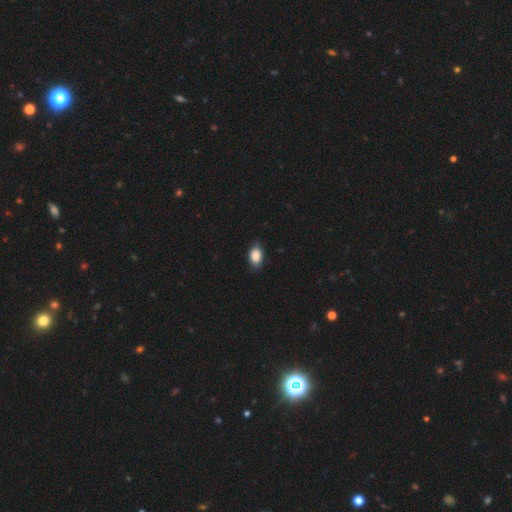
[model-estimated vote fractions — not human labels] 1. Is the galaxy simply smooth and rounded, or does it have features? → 87% smooth, 7% star or artifact, 6% featured or disk.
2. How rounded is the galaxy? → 88% in between, 11% round, 2% cigar-shaped.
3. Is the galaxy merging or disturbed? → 80% none, 17% minor disturbance, 3% major disturbance, 1% merger.